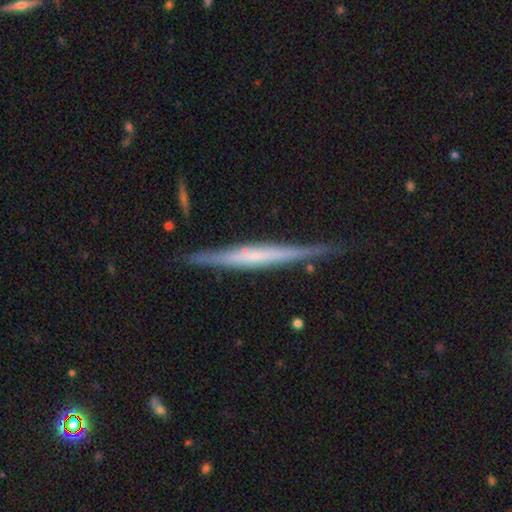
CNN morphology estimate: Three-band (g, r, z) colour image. It shows a featured or disk galaxy (71%) viewed edge-on (97%) with no central bulge (54%). Merging: none (86%).